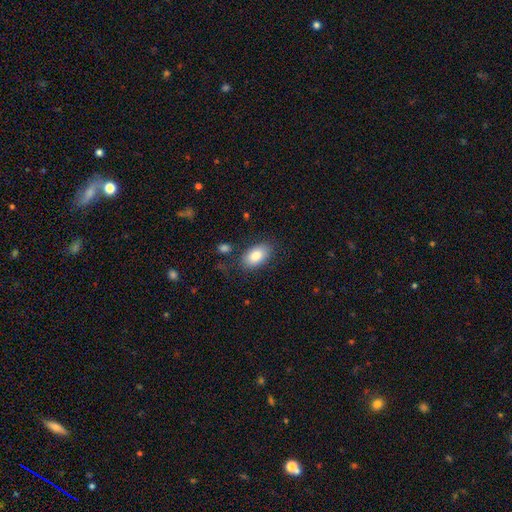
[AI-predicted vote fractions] A smooth galaxy with no disk features (85%) that is in between round and cigar-shaped (92%).

Vote fractions:
- Smooth or featured? smooth: 85% / featured or disk: 8% / star or artifact: 7%
- How rounded? in between: 92% / round: 7% / cigar-shaped: 2%
- Merging? none: 79% / minor disturbance: 14% / major disturbance: 4% / merger: 3%